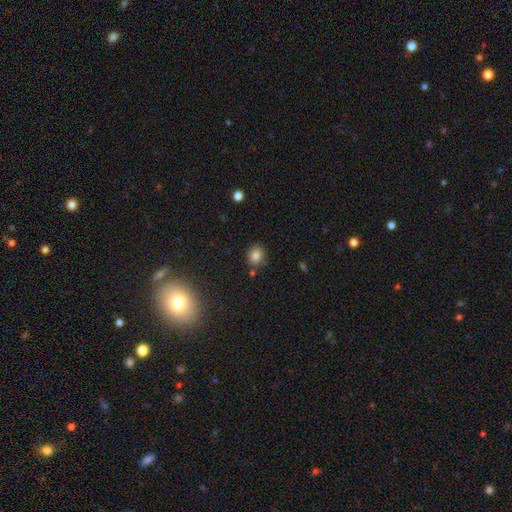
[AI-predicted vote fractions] This appears to be a smooth galaxy with no disk features (81%) that is round (75%). Merging: none (81%).